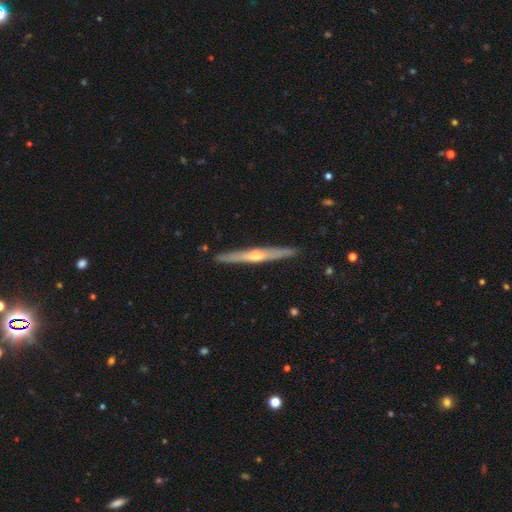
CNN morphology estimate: Q: Smooth or featured?
A: featured or disk (70%); runner-up: smooth (25%)
Q: Edge-on disk?
A: yes (97%); runner-up: no (3%)
Q: Edge-on bulge?
A: rounded (77%); runner-up: none (17%)
Q: Merging?
A: none (91%); runner-up: minor disturbance (7%)